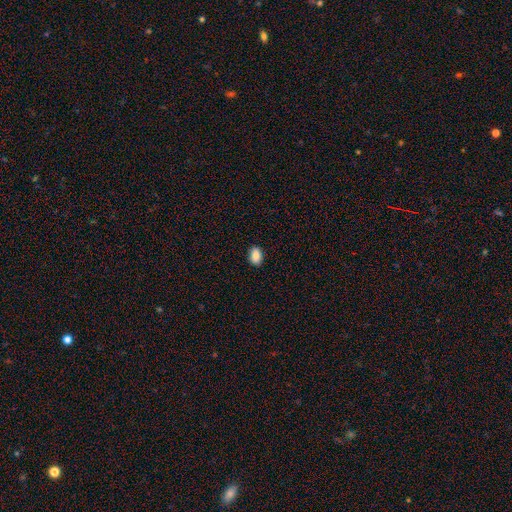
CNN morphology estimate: smooth 88%, star or artifact 8%, featured or disk 4%. Down the decision tree: how rounded — in between (87%); merging — none (89%).